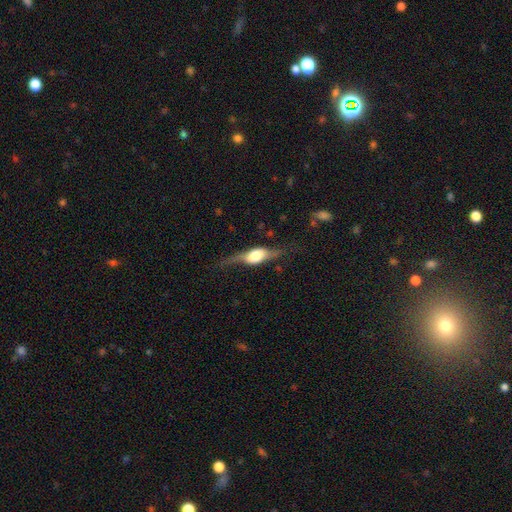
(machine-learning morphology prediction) A featured or disk galaxy (66%) viewed edge-on (82%) with a rounded central bulge (85%). Merging: none (60%).